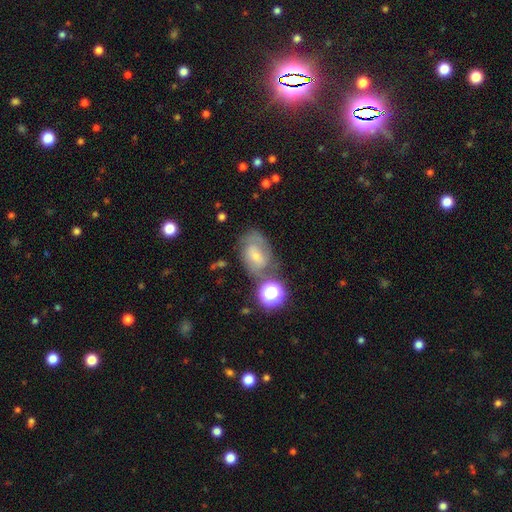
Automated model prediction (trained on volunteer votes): featured or disk 50%, smooth 36%, star or artifact 14%. Down the decision tree: edge-on disk — no (95%); merging — none (51%).